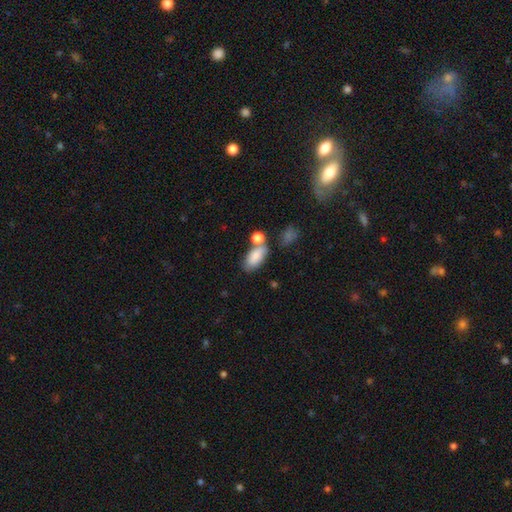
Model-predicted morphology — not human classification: A smooth galaxy with no disk features (84%) that is in between round and cigar-shaped (91%).

Vote fractions:
- Smooth or featured? smooth: 84% / featured or disk: 9% / star or artifact: 7%
- How rounded? in between: 91% / cigar-shaped: 5% / round: 5%
- Merging? none: 53% / merger: 25% / minor disturbance: 15% / major disturbance: 6%